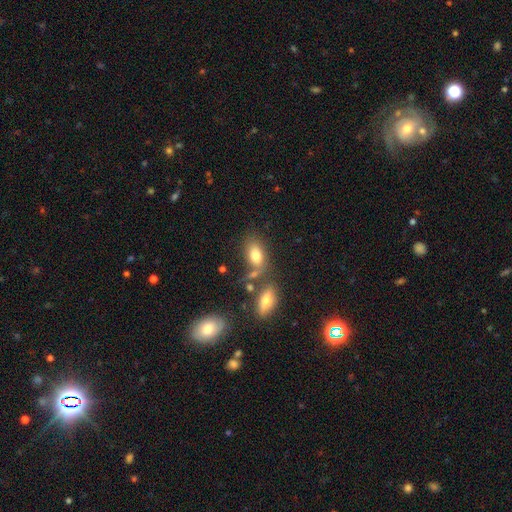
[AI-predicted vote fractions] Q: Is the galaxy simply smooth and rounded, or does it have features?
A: smooth — 77%.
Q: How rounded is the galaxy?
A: in between — 87%.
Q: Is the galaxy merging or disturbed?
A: none — 52%.